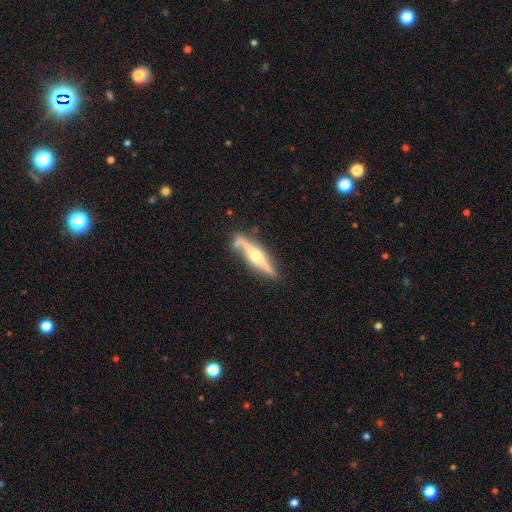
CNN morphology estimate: Q: Smooth or featured?
A: featured or disk (73%); runner-up: smooth (23%)
Q: Edge-on disk?
A: yes (94%); runner-up: no (6%)
Q: Edge-on bulge?
A: rounded (88%); runner-up: boxy (7%)
Q: Merging?
A: none (73%); runner-up: minor disturbance (17%)